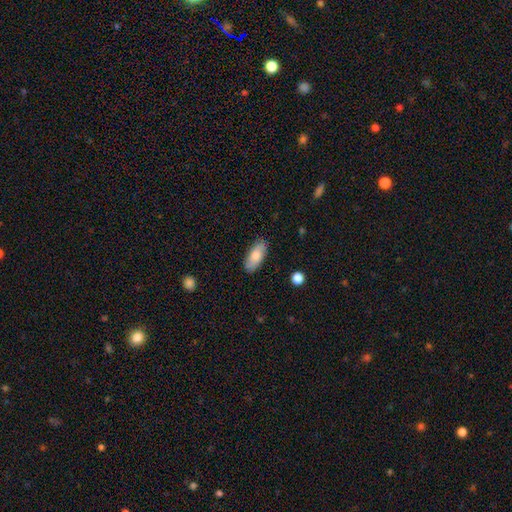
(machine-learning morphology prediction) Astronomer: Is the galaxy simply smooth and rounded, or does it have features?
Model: smooth — 78%.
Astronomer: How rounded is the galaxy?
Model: in between — 85%.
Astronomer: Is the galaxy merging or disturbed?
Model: none — 85%.